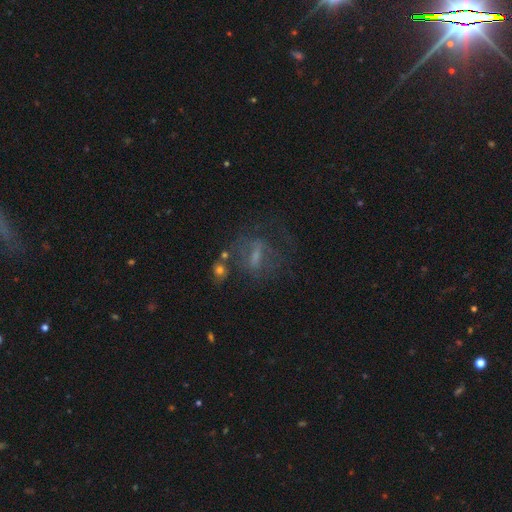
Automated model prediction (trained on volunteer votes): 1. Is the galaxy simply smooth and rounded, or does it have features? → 48% featured or disk, 30% smooth, 22% star or artifact.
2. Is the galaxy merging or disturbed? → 53% none, 24% major disturbance, 18% minor disturbance, 6% merger.